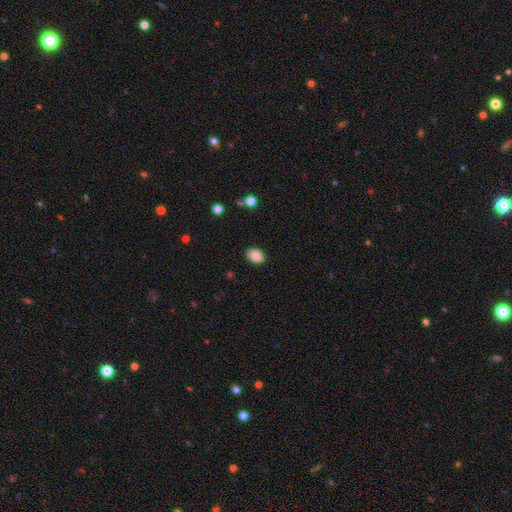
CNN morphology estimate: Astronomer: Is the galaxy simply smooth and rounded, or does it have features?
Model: smooth — 88%.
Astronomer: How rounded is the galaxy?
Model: in between — 83%.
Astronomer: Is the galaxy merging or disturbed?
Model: none — 88%.